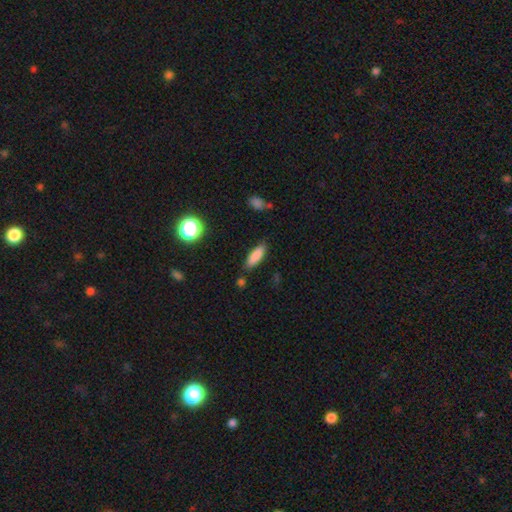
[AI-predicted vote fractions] This appears to be a smooth galaxy with no disk features (85%) that is in between round and cigar-shaped (53%). Merging: none (82%).